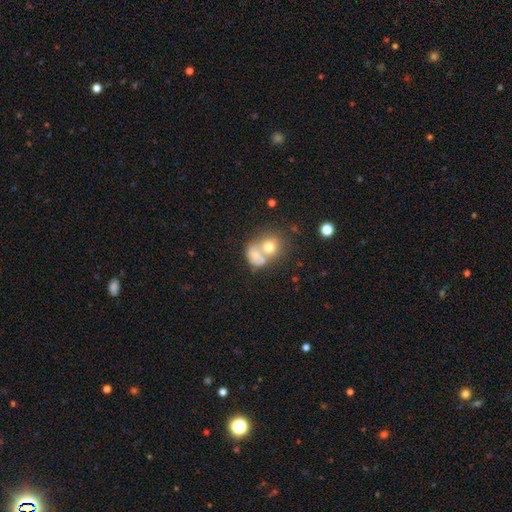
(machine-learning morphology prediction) This appears to be a smooth galaxy with no disk features (65%) that is round (53%). Merging: merger (63%).